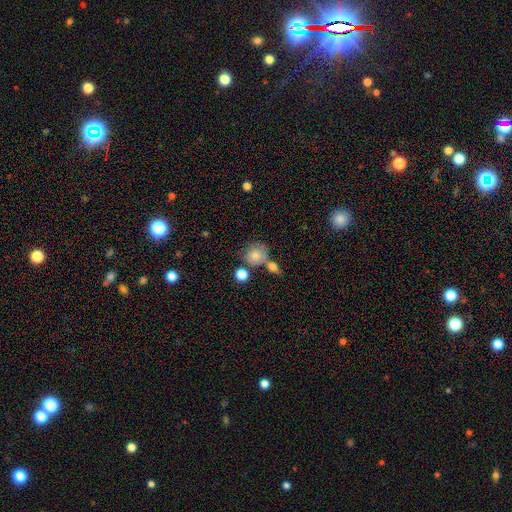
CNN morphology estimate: Smooth or featured?
  - smooth: 79% *
  - featured or disk: 12%
  - star or artifact: 9%
How rounded?
  - round: 80% *
  - in between: 19%
  - cigar-shaped: 1%
Merging?
  - none: 51% *
  - merger: 29%
  - minor disturbance: 14%
  - major disturbance: 6%